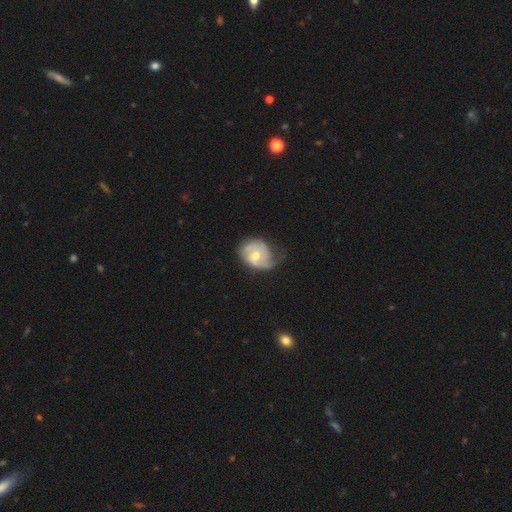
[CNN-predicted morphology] featured or disk 67%, smooth 27%, star or artifact 6%. Down the decision tree: edge-on disk — no (97%); bar — no (65%); spiral arms — yes (82%); spiral arm count — 2 (50%); spiral winding — medium (38%); bulge size — moderate (68%); merging — none (39%).